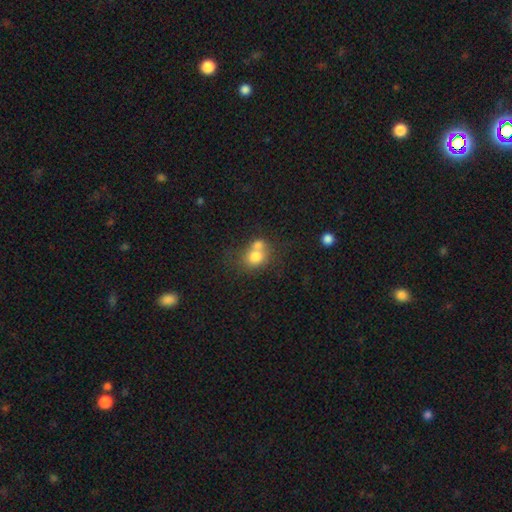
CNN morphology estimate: Smooth or featured: smooth — 74% (featured or disk — 15%)
How rounded: round — 64% (in between — 35%)
Merging: merger — 54% (none — 31%)